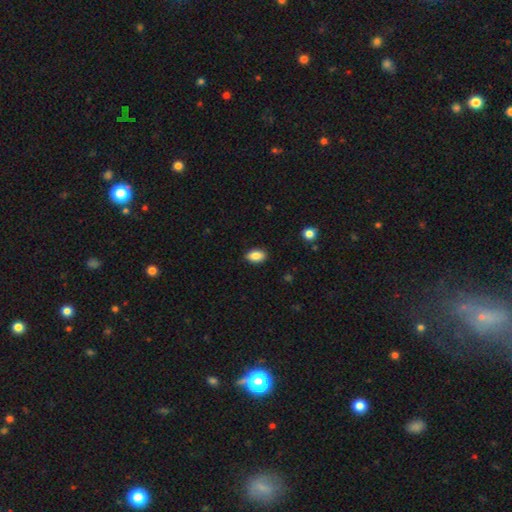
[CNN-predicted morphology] Q: Smooth or featured?
A: smooth (86%); runner-up: star or artifact (8%)
Q: How rounded?
A: in between (89%); runner-up: round (8%)
Q: Merging?
A: none (86%); runner-up: minor disturbance (11%)